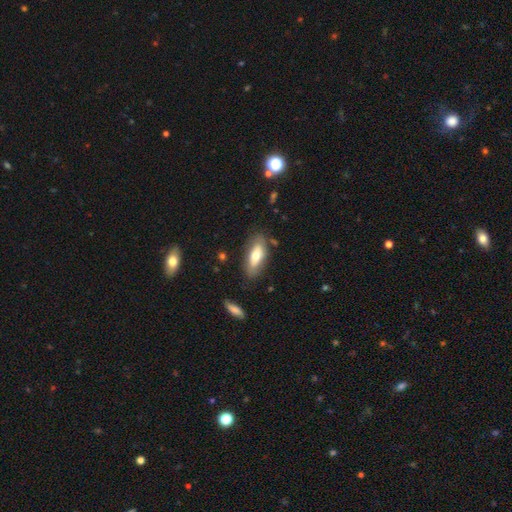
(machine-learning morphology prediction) A smooth galaxy with no disk features (65%) that is in between round and cigar-shaped (75%). Merging: none (78%).